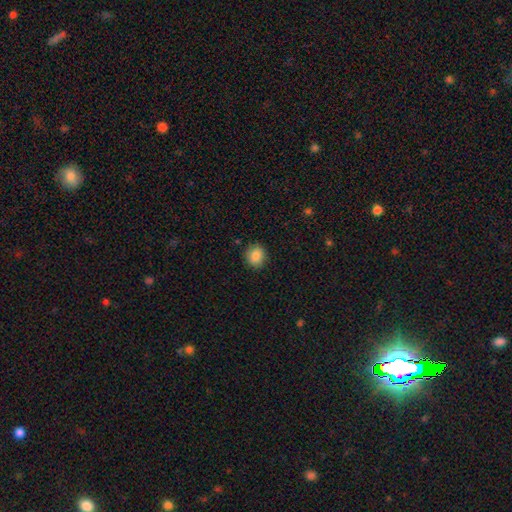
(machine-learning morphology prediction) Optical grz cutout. It shows a smooth galaxy with no disk features (86%) that is round (79%). Merging: none (88%).